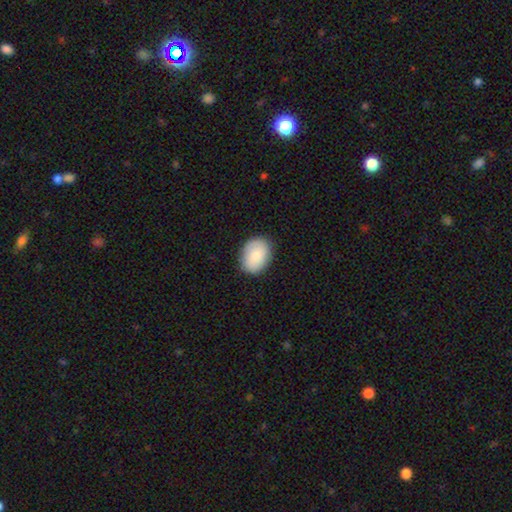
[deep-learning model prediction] smooth-or-featured: smooth: 84% | featured or disk: 10% | star or artifact: 6%
  how-rounded: in between: 72% | round: 27% | cigar-shaped: 1%
  merging: none: 86% | minor disturbance: 11% | major disturbance: 2% | merger: 1%